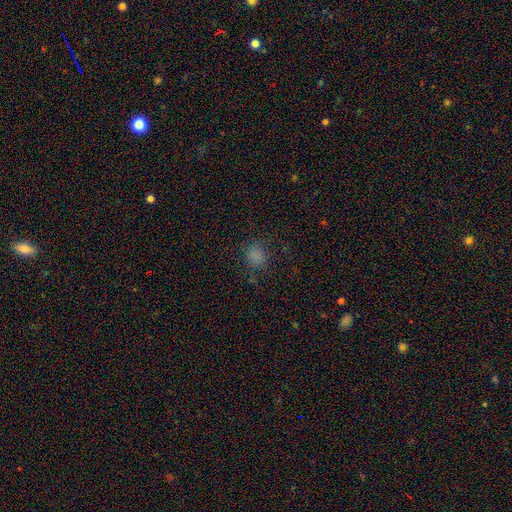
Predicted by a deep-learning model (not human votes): Overall: smooth (75%). How rounded: round (73%). Merging: none (77%).